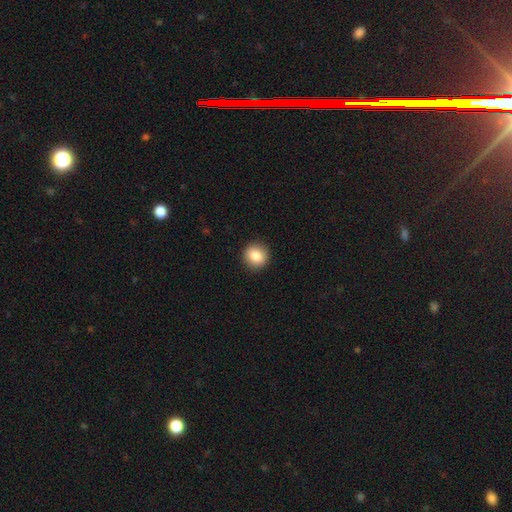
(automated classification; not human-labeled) Overall: smooth (85%). How rounded: round (92%). Merging: none (92%).